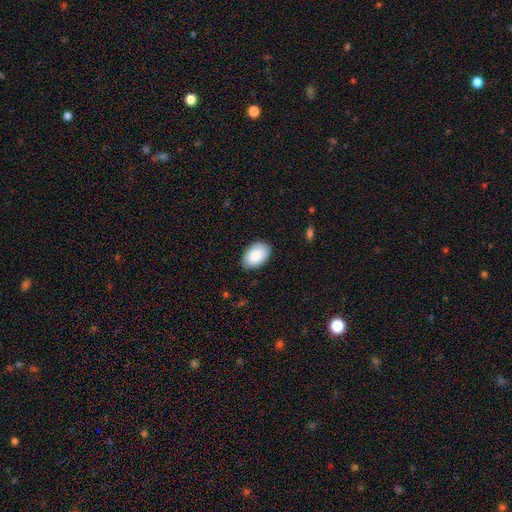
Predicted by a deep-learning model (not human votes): Smooth or featured? Predicted: smooth (p=0.86). How rounded? Predicted: in between (p=0.91). Merging? Predicted: none (p=0.87).